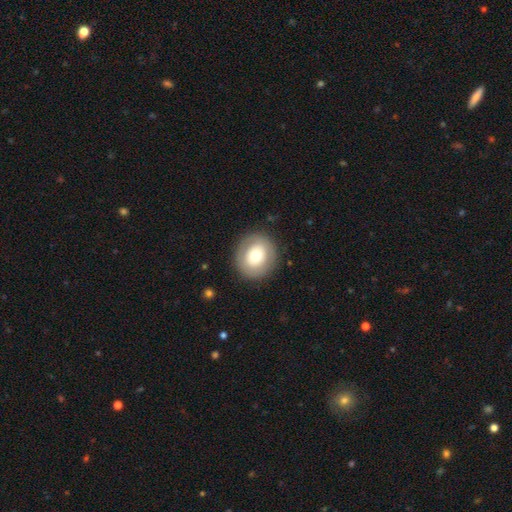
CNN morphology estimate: type=smooth (65%); roundness=round (85%); merging=none (87%).